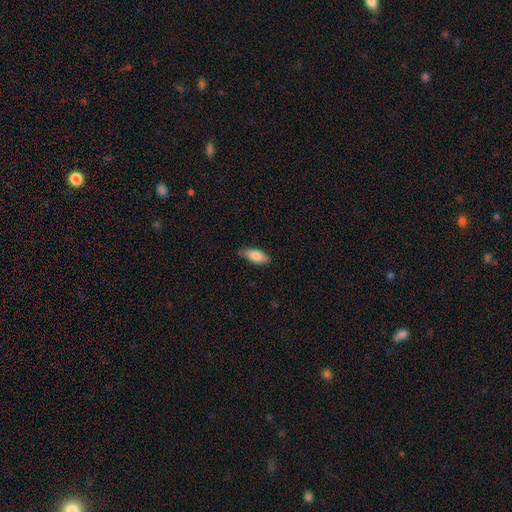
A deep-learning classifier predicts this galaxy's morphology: smooth 84%, featured or disk 10%, star or artifact 6%. Down the decision tree: how rounded — in between (81%); merging — none (79%).